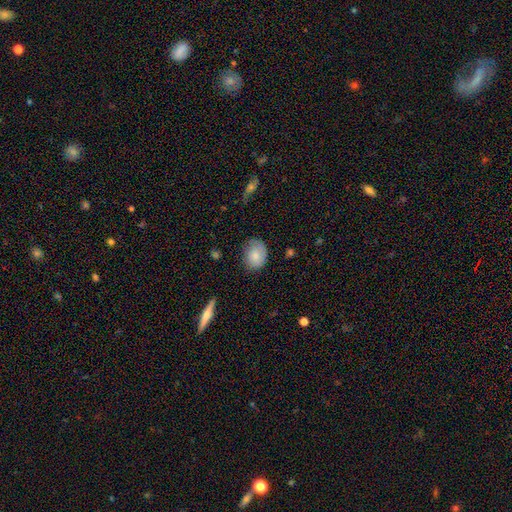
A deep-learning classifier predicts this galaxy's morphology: A smooth galaxy with no disk features (76%) that is in between round and cigar-shaped (57%). Merging: none (64%).